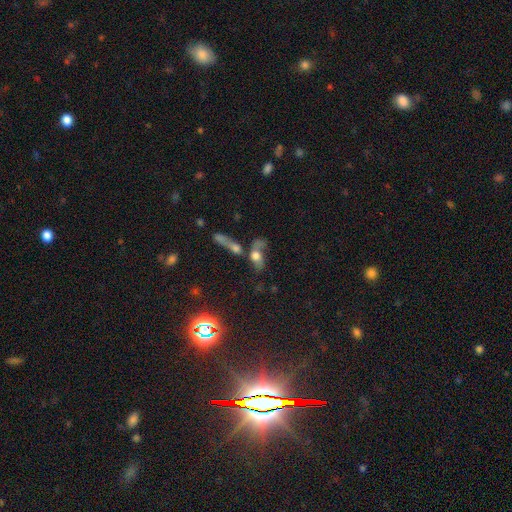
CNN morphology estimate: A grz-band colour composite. It shows a smooth galaxy with no disk features (48%). Merging: merger (57%).